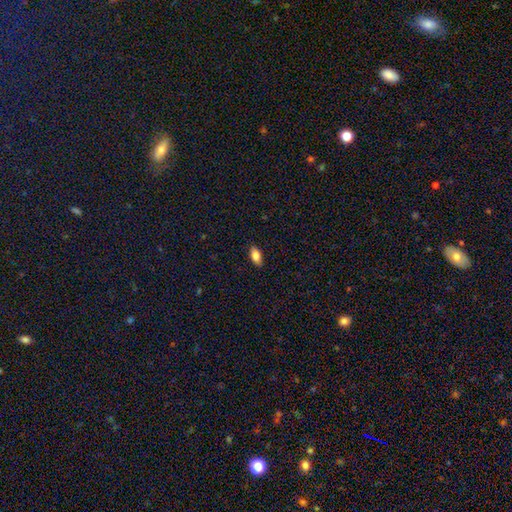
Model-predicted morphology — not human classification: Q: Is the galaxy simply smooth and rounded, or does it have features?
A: smooth — 84%.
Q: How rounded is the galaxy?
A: in between — 90%.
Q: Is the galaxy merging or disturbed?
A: none — 88%.